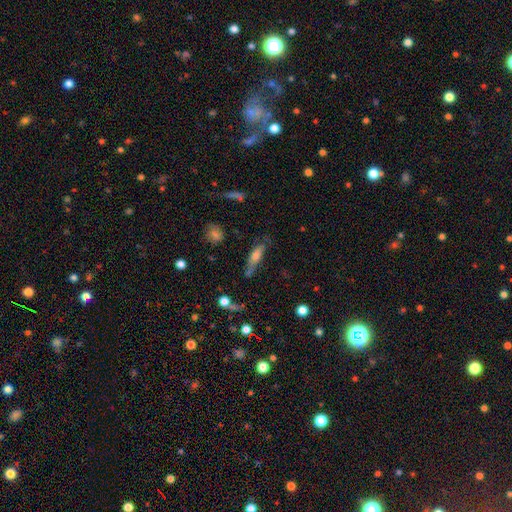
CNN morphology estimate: smooth 55%, featured or disk 34%, star or artifact 11%. Down the decision tree: how rounded — cigar-shaped (56%); merging — none (51%).